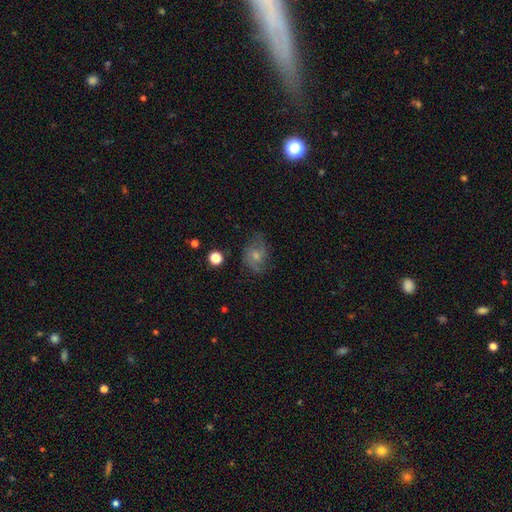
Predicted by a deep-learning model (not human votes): This appears to be a featured or disk galaxy (50%). Merging: none (61%).